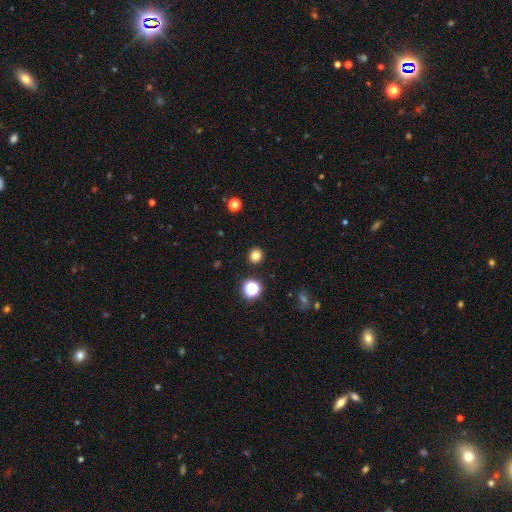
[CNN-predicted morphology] Q: Smooth or featured?
A: smooth (80%); runner-up: star or artifact (15%)
Q: How rounded?
A: round (87%); runner-up: in between (12%)
Q: Merging?
A: none (91%); runner-up: minor disturbance (5%)